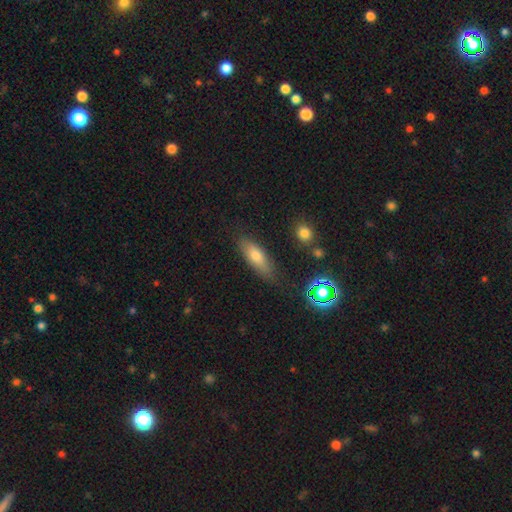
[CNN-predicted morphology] Smooth or featured? Predicted: smooth (p=0.70). How rounded? Predicted: in between (p=0.61). Merging? Predicted: none (p=0.78).